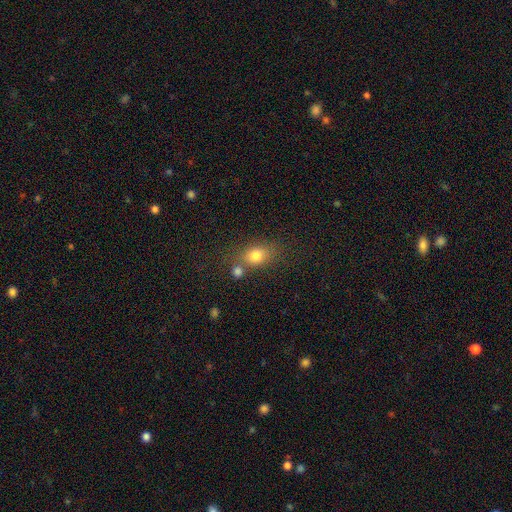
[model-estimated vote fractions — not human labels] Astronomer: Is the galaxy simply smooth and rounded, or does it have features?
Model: smooth — 78%.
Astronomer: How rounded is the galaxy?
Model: in between — 58% (runner-up: round, 39%).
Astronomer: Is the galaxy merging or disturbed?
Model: none — 55%.